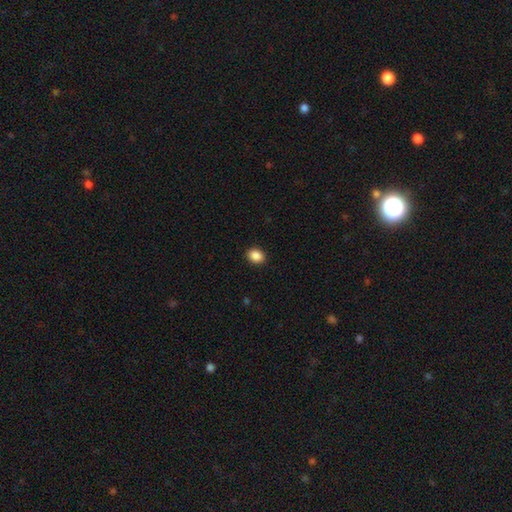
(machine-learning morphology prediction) smooth 89%, star or artifact 9%, featured or disk 3%. Down the decision tree: how rounded — in between (53%); merging — none (91%).